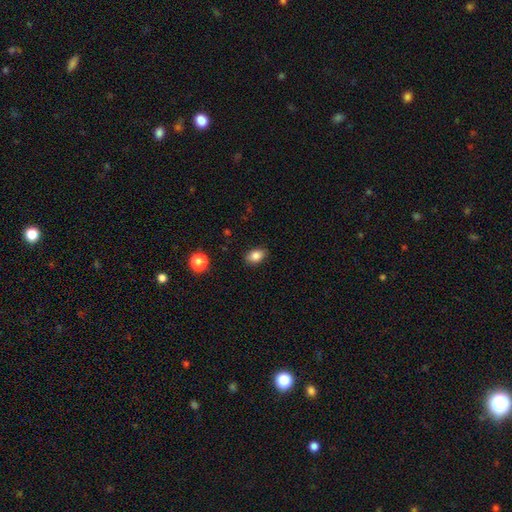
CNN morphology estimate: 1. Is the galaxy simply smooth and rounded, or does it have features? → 84% smooth, 10% star or artifact, 7% featured or disk.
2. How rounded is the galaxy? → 82% in between, 17% round, 2% cigar-shaped.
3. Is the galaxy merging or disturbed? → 86% none, 10% minor disturbance, 2% major disturbance, 1% merger.